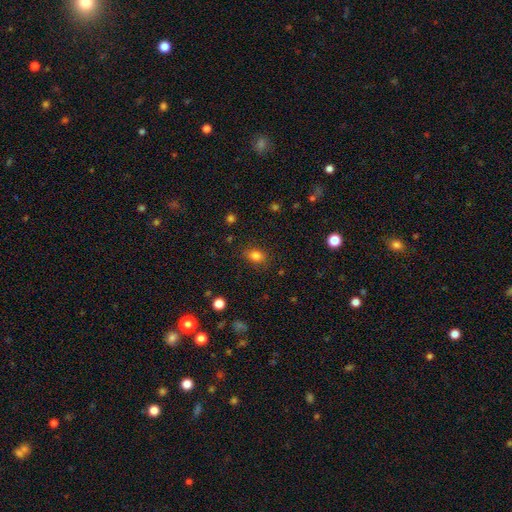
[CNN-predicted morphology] Overall: smooth (82%). How rounded: in between (65%; round 33%). Merging: none (80%).